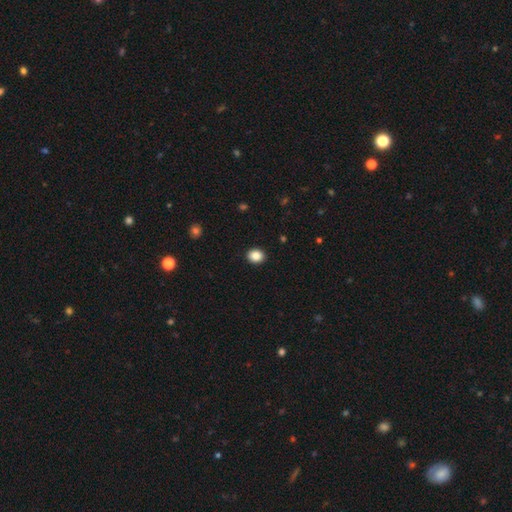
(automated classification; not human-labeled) A smooth galaxy with no disk features (87%) that is round (65%).

Vote fractions:
- Smooth or featured? smooth: 87% / star or artifact: 9% / featured or disk: 4%
- How rounded? round: 65% / in between: 35% / cigar-shaped: 1%
- Merging? none: 92% / minor disturbance: 6% / major disturbance: 2% / merger: 1%